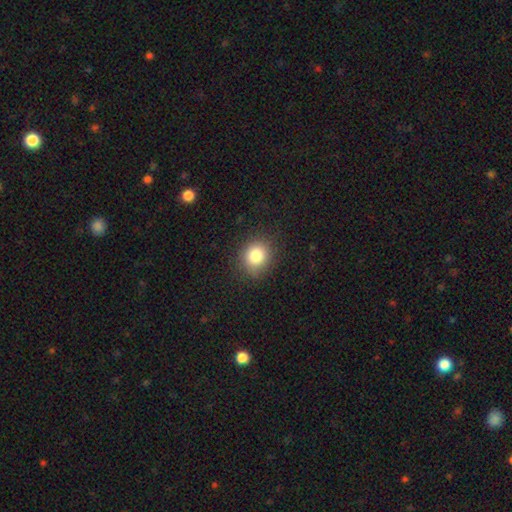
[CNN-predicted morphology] smooth 83%, star or artifact 11%, featured or disk 6%. Down the decision tree: how rounded — round (76%); merging — none (85%).